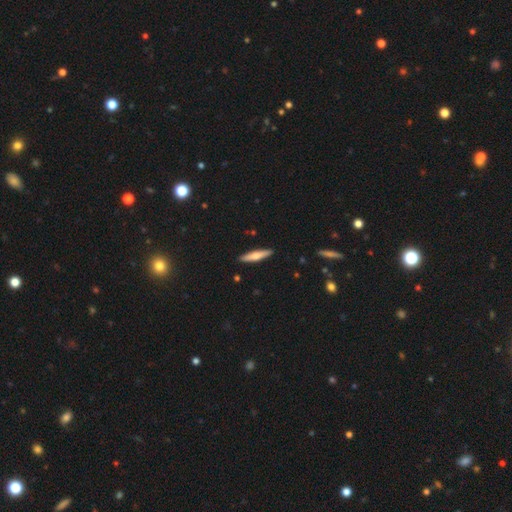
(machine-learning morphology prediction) Smooth or featured? smooth (60%)
How rounded? cigar-shaped (86%)
Merging? none (90%)